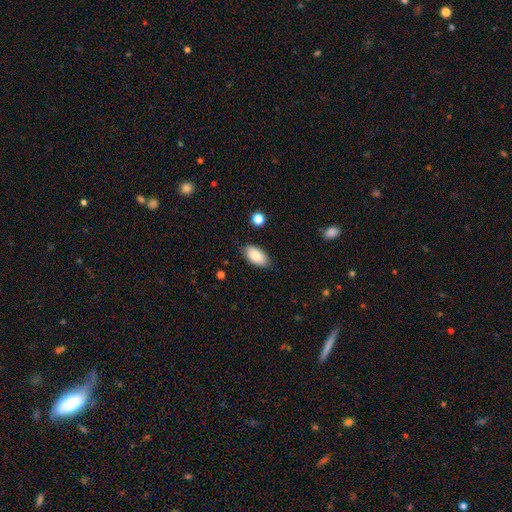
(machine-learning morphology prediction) Smooth or featured: smooth — 86% (featured or disk — 7%)
How rounded: in between — 94% (cigar-shaped — 3%)
Merging: none — 83% (minor disturbance — 13%)